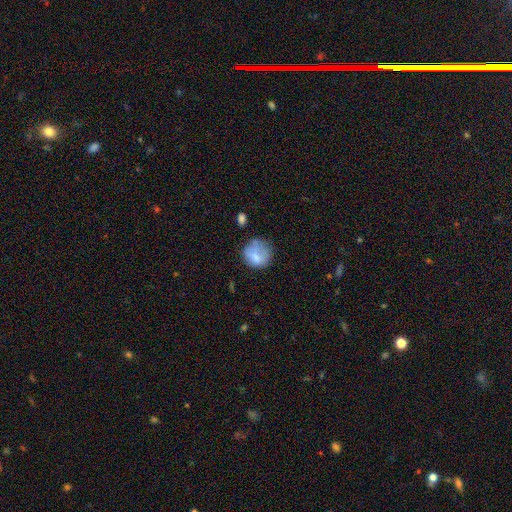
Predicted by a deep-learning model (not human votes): Smooth or featured: smooth — 72% (featured or disk — 19%)
How rounded: round — 84% (in between — 15%)
Merging: none — 56% (minor disturbance — 26%)